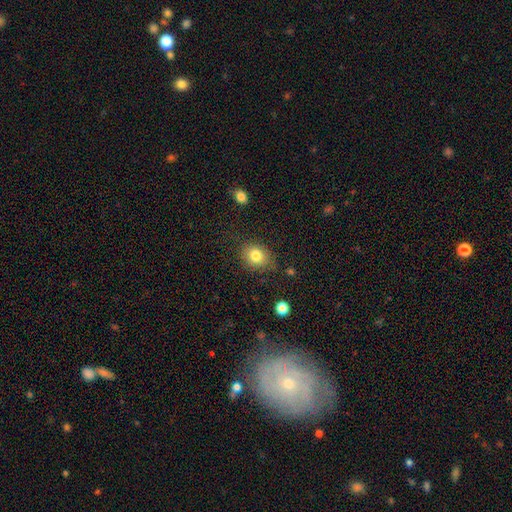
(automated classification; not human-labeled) The model was most divided on "how rounded": round: 57%, in between: 42%, cigar-shaped: 1%. More confident: smooth or featured — smooth (81%); merging — none (76%).